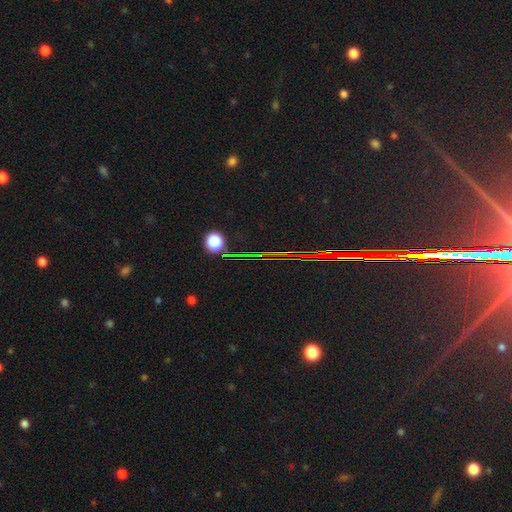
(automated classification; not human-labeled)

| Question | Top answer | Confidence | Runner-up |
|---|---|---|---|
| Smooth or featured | star or artifact | 79% | smooth (12%) |